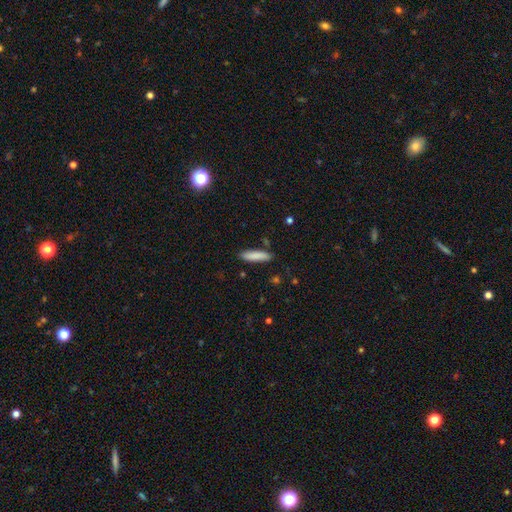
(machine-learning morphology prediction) This is clearly a smooth galaxy (86%). How rounded: likely cigar-shaped (73%). Merging: clearly none (87%).